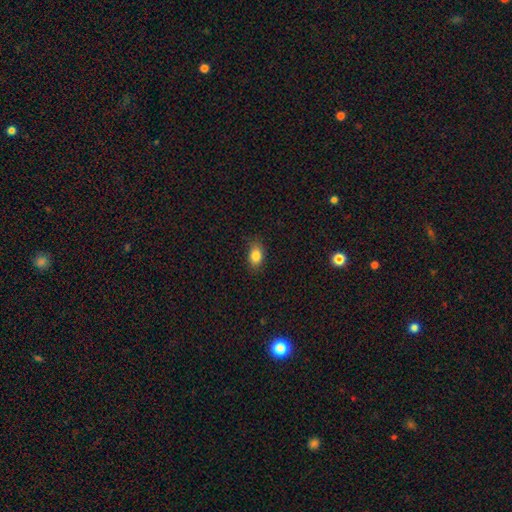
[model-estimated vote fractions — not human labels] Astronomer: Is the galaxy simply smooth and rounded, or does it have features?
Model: smooth — 85%.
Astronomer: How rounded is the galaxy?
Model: in between — 81%.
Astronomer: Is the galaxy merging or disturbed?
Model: none — 82%.